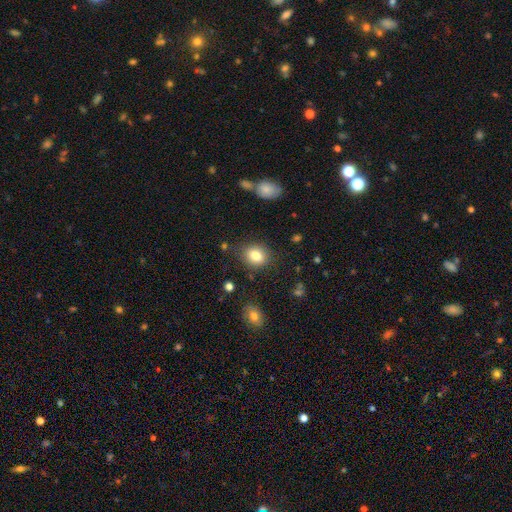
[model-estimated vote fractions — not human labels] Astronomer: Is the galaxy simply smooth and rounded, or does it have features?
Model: smooth — 82%.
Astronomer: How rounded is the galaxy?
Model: round — 58% (runner-up: in between, 41%).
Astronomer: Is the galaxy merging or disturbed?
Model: none — 83%.